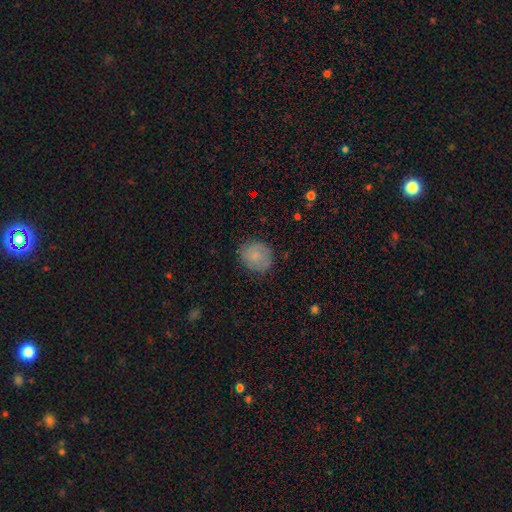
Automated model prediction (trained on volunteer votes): smooth_or_featured: smooth (p=0.77) [alt: featured or disk p=0.14]
how_rounded: round (p=0.77) [alt: in between p=0.22]
merging: none (p=0.80) [alt: minor disturbance p=0.16]